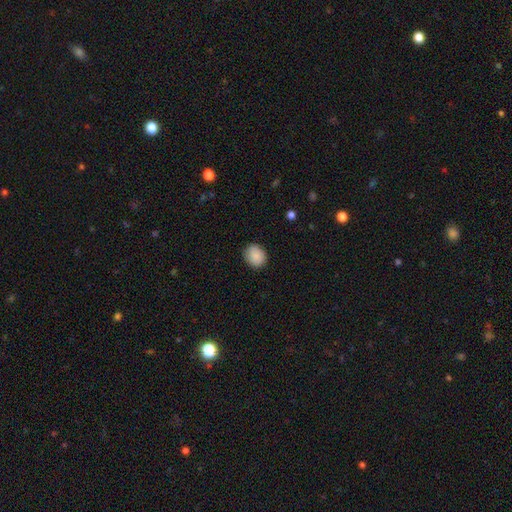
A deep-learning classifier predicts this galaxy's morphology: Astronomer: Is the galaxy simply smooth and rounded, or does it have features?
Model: smooth — 89%.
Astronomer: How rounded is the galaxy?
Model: round — 63%.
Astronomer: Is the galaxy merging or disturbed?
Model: none — 85%.